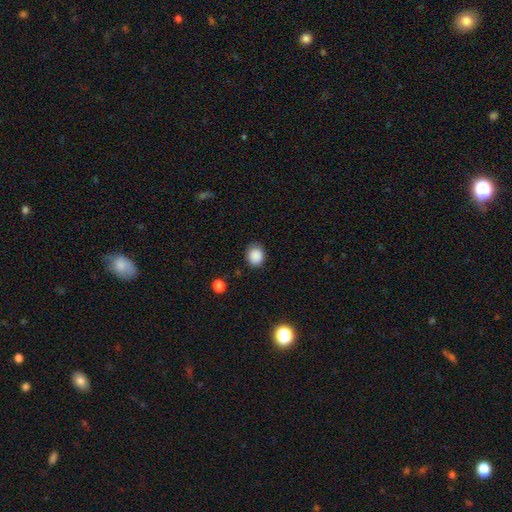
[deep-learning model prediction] A smooth galaxy with no disk features (88%) that is round (61%). Merging: none (82%).